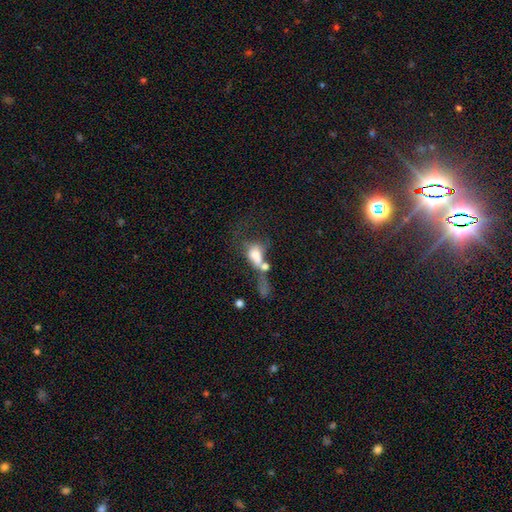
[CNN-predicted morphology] Smooth or featured? Predicted: smooth (p=0.58). How rounded? Predicted: in between (p=0.75). Merging? Predicted: merger (p=0.51).